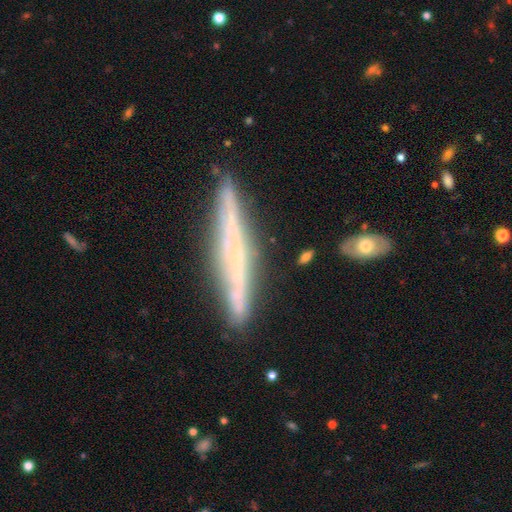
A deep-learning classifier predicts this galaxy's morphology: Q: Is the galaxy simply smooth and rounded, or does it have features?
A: featured or disk — 70%.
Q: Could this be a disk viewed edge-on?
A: yes — 94%.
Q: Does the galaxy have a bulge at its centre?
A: none — 66%.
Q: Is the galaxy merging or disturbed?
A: none — 83%.